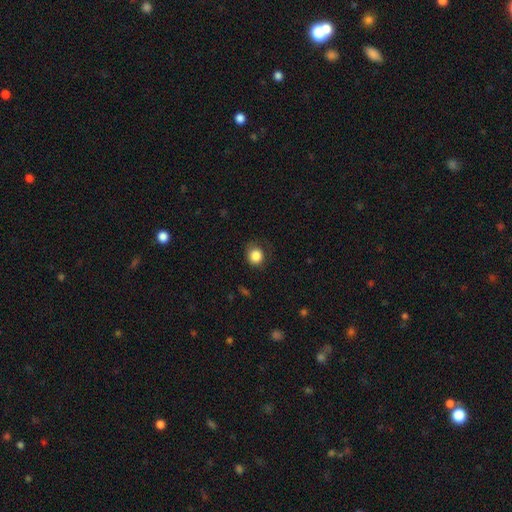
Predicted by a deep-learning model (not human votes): smooth-or-featured: smooth: 85% | star or artifact: 10% | featured or disk: 5%
  how-rounded: round: 83% | in between: 16% | cigar-shaped: 1%
  merging: none: 76% | minor disturbance: 17% | major disturbance: 6% | merger: 1%